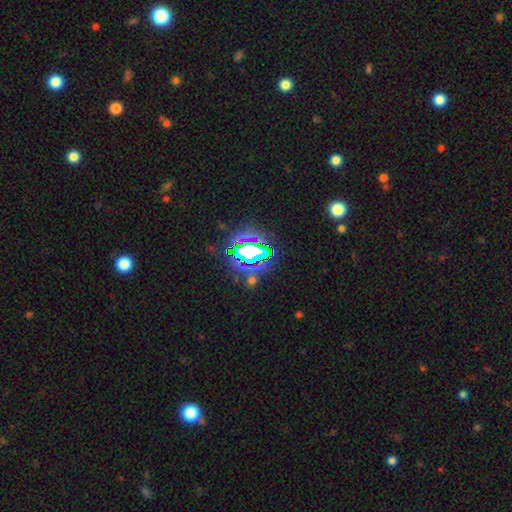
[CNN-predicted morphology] Smooth or featured: star or artifact — 66% (smooth — 18%)